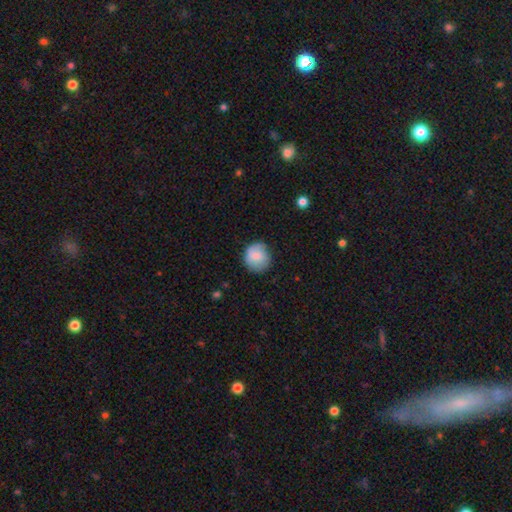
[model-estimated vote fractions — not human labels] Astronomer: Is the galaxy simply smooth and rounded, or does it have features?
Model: smooth — 76%.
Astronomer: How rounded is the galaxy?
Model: round — 86%.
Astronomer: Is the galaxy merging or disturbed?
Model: none — 75%.